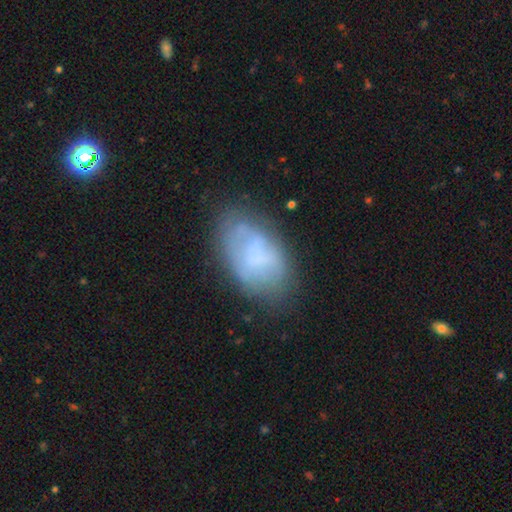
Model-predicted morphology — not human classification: Smooth or featured? Predicted: smooth (p=0.53). How rounded? Predicted: in between (p=0.92). Merging? Predicted: none (p=0.60).